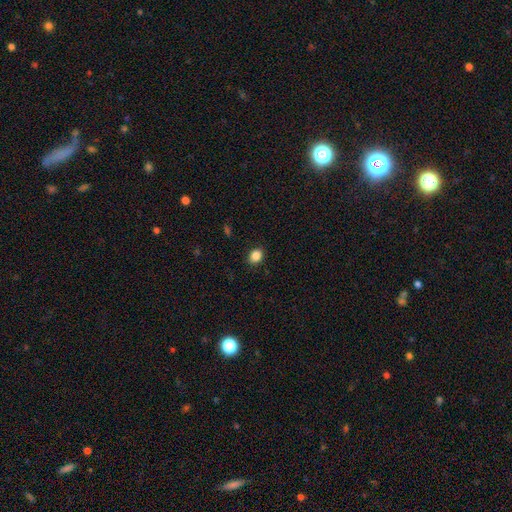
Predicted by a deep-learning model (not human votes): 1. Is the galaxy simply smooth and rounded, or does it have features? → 86% smooth, 10% star or artifact, 4% featured or disk.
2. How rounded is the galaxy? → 56% round, 43% in between, 1% cigar-shaped.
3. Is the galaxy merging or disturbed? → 89% none, 8% minor disturbance, 2% major disturbance, 1% merger.